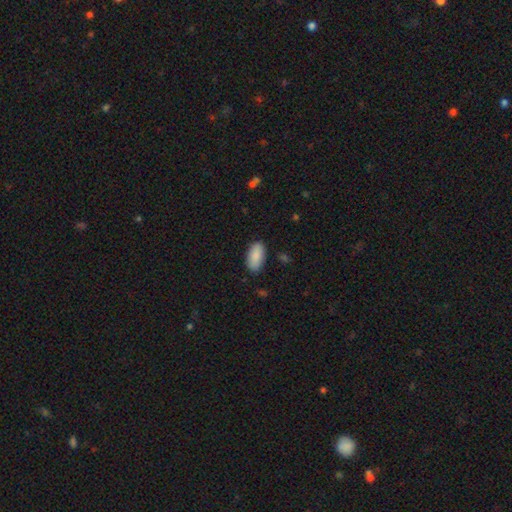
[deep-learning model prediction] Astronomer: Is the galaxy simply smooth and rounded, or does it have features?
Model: smooth — 89%.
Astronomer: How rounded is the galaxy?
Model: in between — 92%.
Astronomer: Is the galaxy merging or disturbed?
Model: none — 86%.